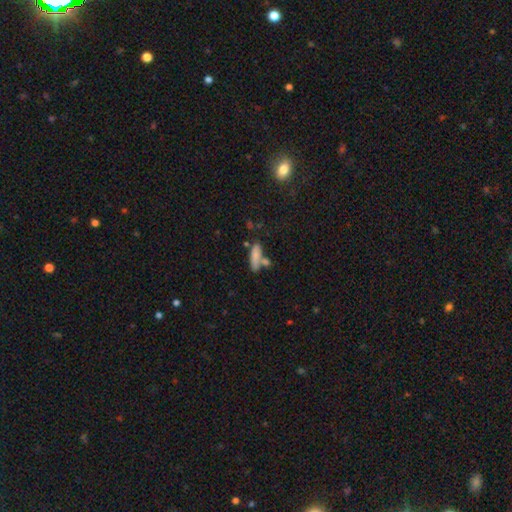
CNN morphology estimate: A smooth galaxy with no disk features (79%) that is cigar-shaped (54%).

Vote fractions:
- Smooth or featured? smooth: 79% / featured or disk: 13% / star or artifact: 8%
- How rounded? cigar-shaped: 54% / in between: 43% / round: 3%
- Merging? none: 58% / merger: 21% / minor disturbance: 16% / major disturbance: 5%